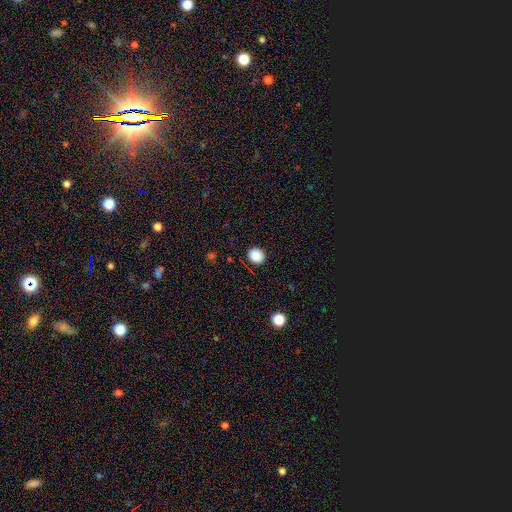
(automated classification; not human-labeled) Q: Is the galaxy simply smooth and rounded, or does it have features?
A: smooth — 87%.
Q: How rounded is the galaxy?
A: round — 73%.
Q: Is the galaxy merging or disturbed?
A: none — 89%.